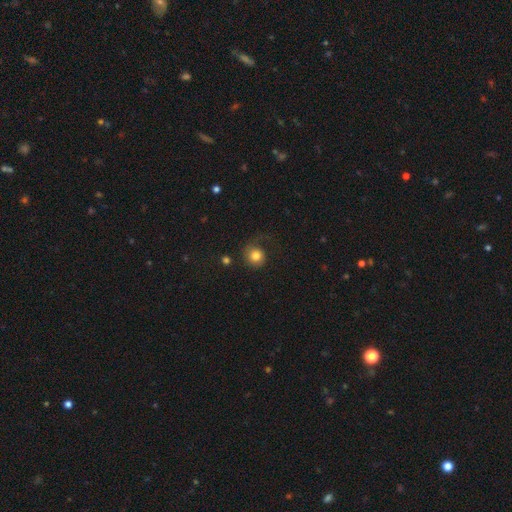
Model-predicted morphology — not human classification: Smooth or featured? Predicted: smooth (p=0.78). How rounded? Predicted: round (p=0.89). Merging? Predicted: none (p=0.59).